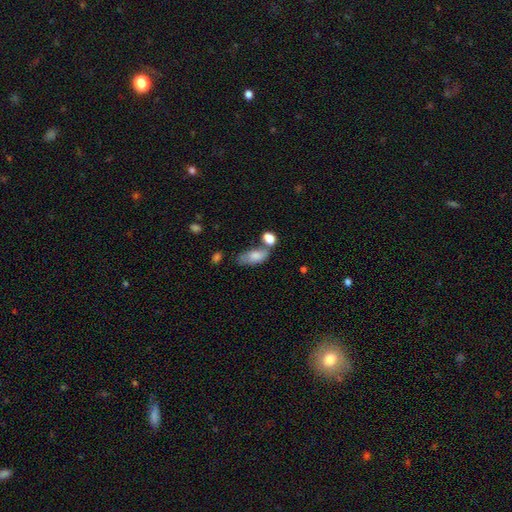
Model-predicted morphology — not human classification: smooth 79%, featured or disk 14%, star or artifact 7%. Down the decision tree: how rounded — in between (88%); merging — none (38%).